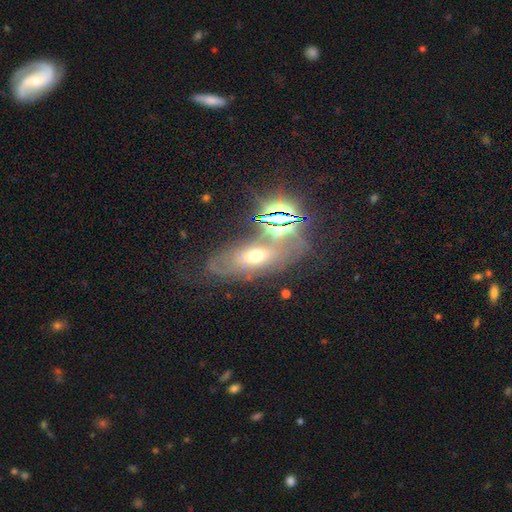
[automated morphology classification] A featured or disk galaxy (39%). Merging: none (54%).